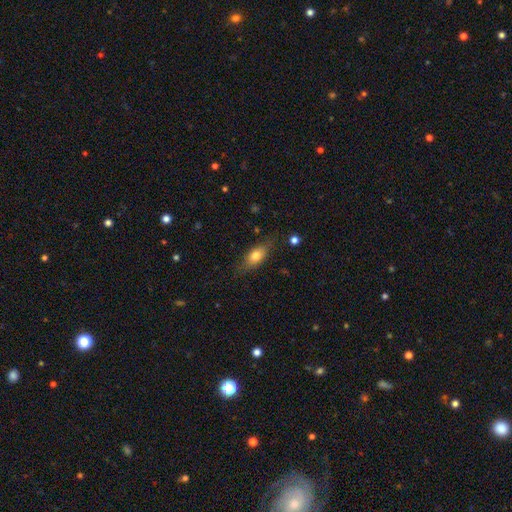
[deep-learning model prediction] The model was most divided on "smooth or featured": smooth: 72%, featured or disk: 20%, star or artifact: 8%. More confident: how rounded — in between (78%); merging — none (73%).